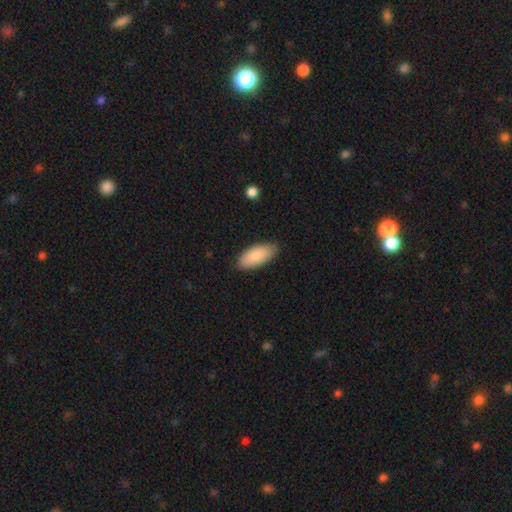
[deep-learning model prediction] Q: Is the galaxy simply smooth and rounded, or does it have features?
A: smooth — 87%.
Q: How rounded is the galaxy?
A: in between — 88%.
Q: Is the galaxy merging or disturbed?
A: none — 86%.